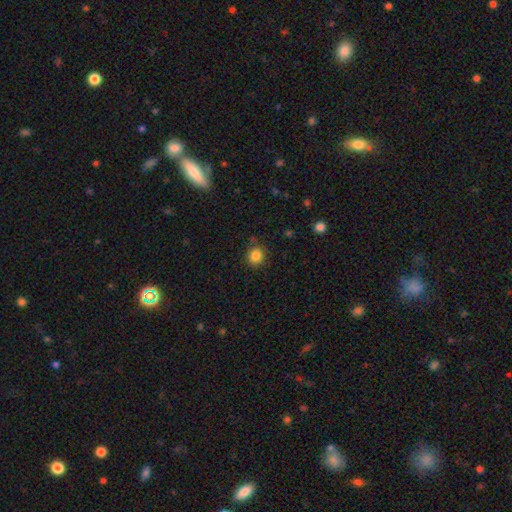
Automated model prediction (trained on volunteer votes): Smooth or featured? smooth (85%)
How rounded? round (88%)
Merging? none (86%)